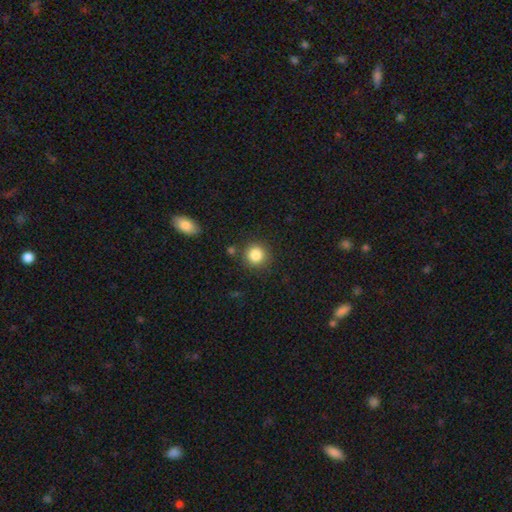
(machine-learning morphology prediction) smooth 85%, star or artifact 10%, featured or disk 5%. Down the decision tree: how rounded — round (92%); merging — none (85%).